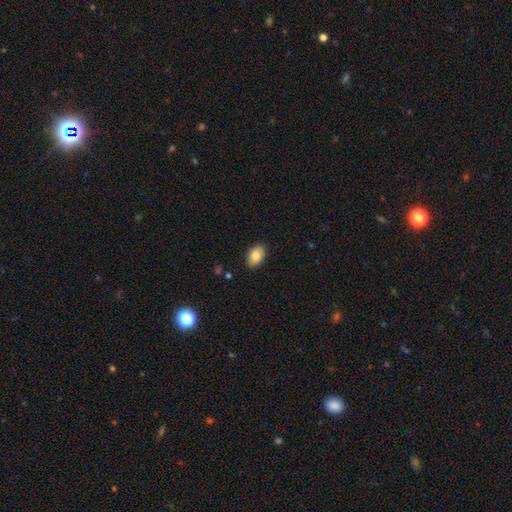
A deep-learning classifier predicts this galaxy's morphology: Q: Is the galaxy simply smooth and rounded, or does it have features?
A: smooth — 84%.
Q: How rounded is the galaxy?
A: in between — 90%.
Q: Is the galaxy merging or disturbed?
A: none — 87%.